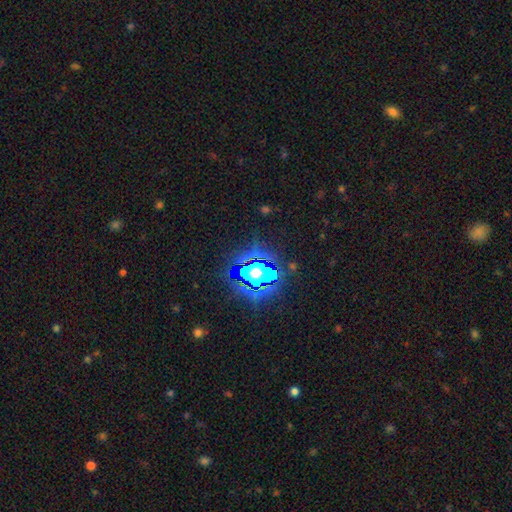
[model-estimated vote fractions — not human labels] smooth_or_featured: star or artifact (p=0.83) [alt: smooth p=0.11]